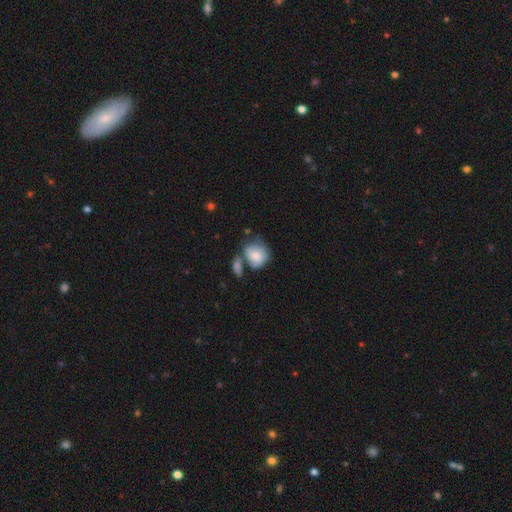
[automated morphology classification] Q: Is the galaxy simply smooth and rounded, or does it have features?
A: smooth — 73%.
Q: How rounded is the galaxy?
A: round — 63%.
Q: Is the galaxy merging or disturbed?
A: none — 36%.